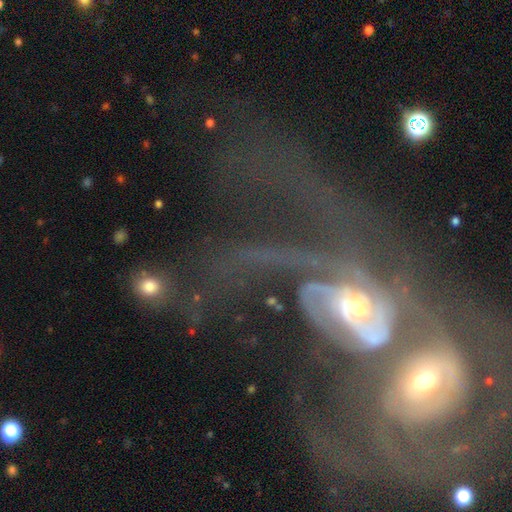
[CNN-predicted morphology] Smooth or featured? Predicted: featured or disk (p=0.78). Edge-on disk? Predicted: no (p=0.95). Bar? Predicted: no (p=0.58). Spiral arms? Predicted: yes (p=0.83). Spiral winding? Predicted: medium (p=0.39). Spiral arm count? Predicted: 2 (p=0.36). Bulge size? Predicted: moderate (p=0.51). Merging? Predicted: merger (p=0.56).